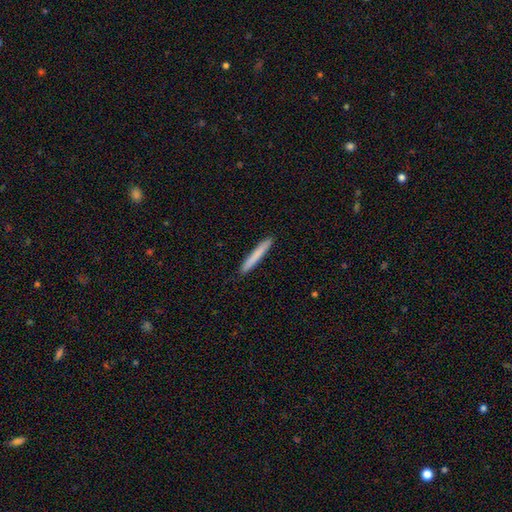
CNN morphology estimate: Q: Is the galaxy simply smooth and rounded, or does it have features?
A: smooth — 77%.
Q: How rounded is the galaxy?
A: cigar-shaped — 97%.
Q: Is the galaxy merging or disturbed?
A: none — 92%.